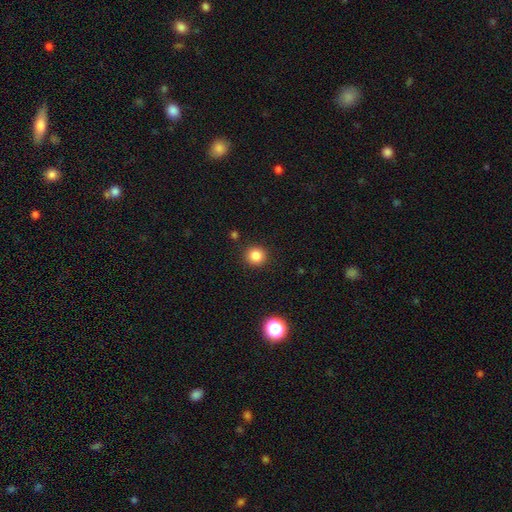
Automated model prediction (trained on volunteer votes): This is clearly a smooth galaxy (85%). How rounded: clearly round (91%). Merging: clearly none (90%).